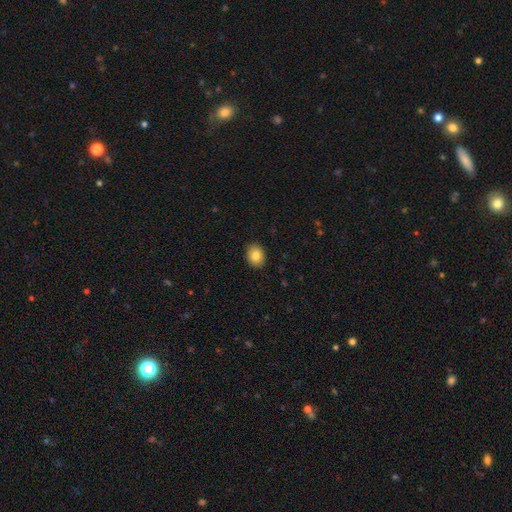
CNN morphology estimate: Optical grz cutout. It shows a smooth galaxy with no disk features (84%) that is in between round and cigar-shaped (56%). Merging: none (90%).